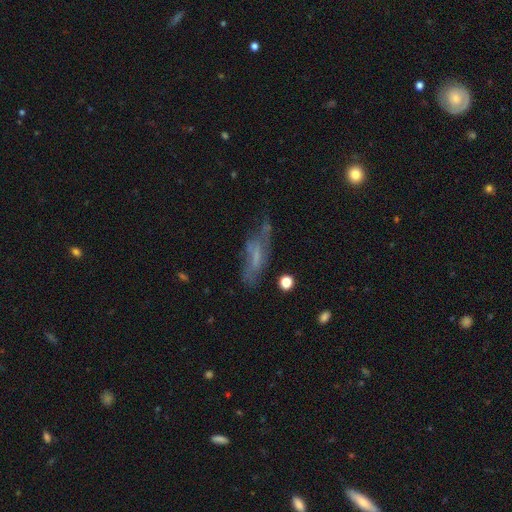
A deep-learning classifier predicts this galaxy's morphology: Q: Smooth or featured?
A: featured or disk (52%); runner-up: smooth (35%)
Q: Edge-on disk?
A: no (74%); runner-up: yes (26%)
Q: Merging?
A: none (48%); runner-up: minor disturbance (26%)